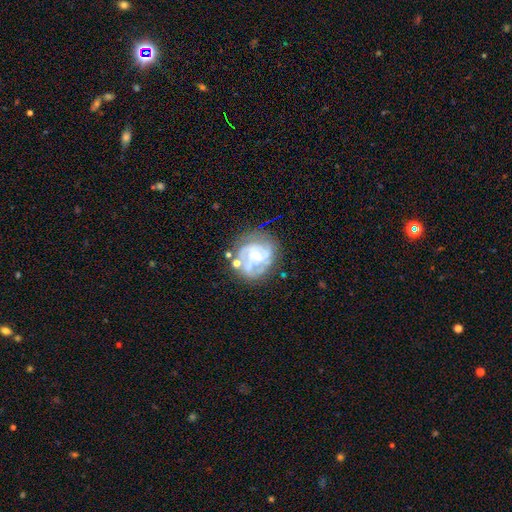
Volunteers were most divided on "spiral arm count": 3: 42%, can't tell: 38%, 2: 8%, 1: 4%, 4: 4%, more than 4: 4%. More confident: edge-on disk — no (94%); smooth or featured — featured or disk (85%); spiral arms — yes (77%); merging — none (65%); bar — no (65%); bulge size — small (65%); spiral winding — tight (62%).